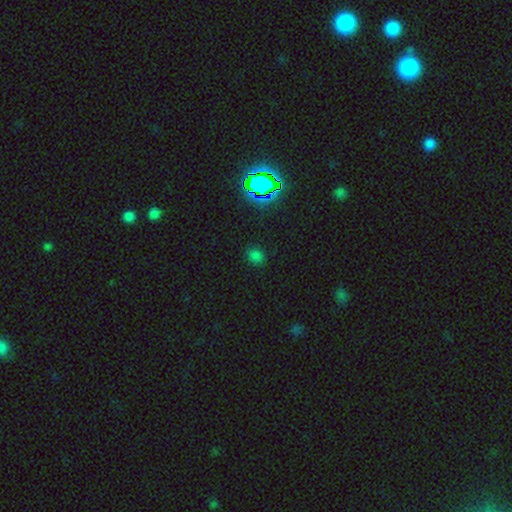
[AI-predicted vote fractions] smooth 67%, star or artifact 28%, featured or disk 5%. Down the decision tree: how rounded — round (60%); merging — none (86%).